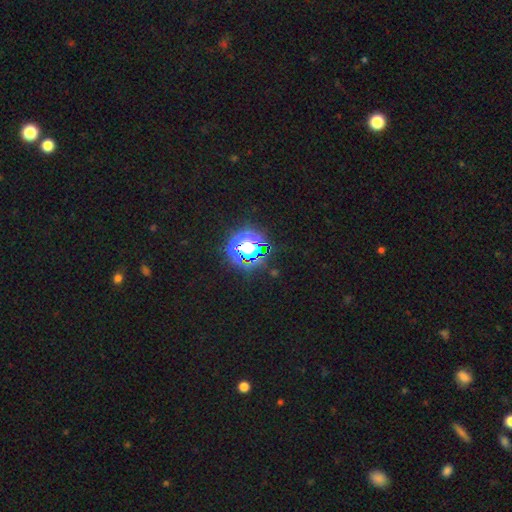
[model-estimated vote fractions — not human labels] This appears to be a star or artifact, not a galaxy (77%).